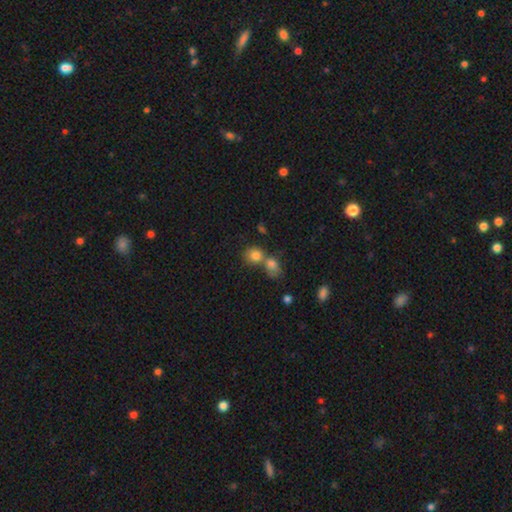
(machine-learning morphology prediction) A smooth galaxy with no disk features (80%) that is round (73%).

Vote fractions:
- Smooth or featured? smooth: 80% / star or artifact: 11% / featured or disk: 9%
- How rounded? round: 73% / in between: 26% / cigar-shaped: 1%
- Merging? merger: 51% / none: 37% / minor disturbance: 8% / major disturbance: 4%